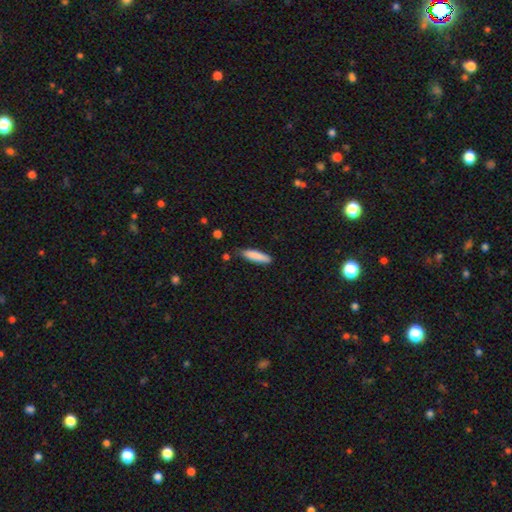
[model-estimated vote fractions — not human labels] This appears to be a smooth galaxy with no disk features (86%) that is cigar-shaped (73%). Merging: none (76%).